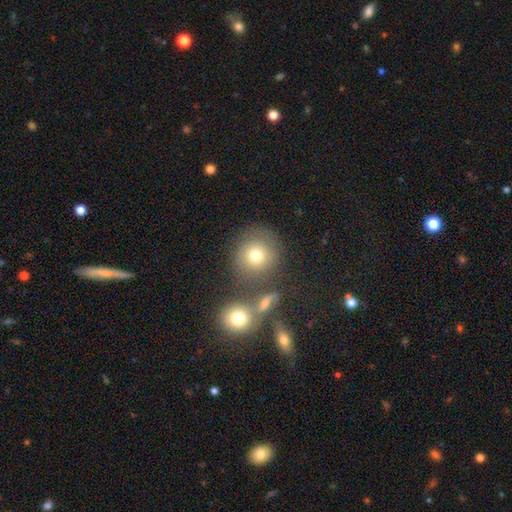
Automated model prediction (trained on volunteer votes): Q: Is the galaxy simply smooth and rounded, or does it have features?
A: smooth — 73%.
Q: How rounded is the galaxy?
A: round — 86%.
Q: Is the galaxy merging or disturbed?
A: none — 64%.